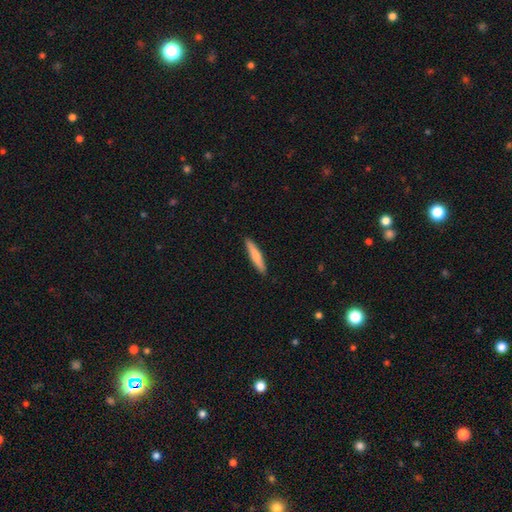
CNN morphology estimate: smooth_or_featured: smooth (p=0.74) [alt: featured or disk p=0.20]
how_rounded: cigar-shaped (p=0.91) [alt: in between p=0.07]
merging: none (p=0.91) [alt: minor disturbance p=0.07]